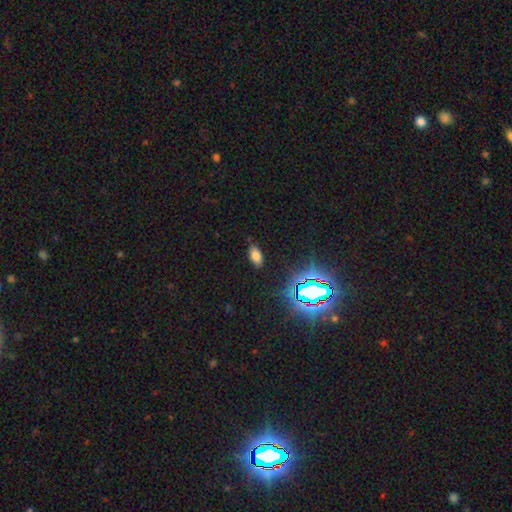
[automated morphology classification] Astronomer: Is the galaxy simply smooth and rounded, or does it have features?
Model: smooth — 69%.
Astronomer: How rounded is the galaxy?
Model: in between — 92%.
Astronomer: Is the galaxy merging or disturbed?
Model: none — 84%.